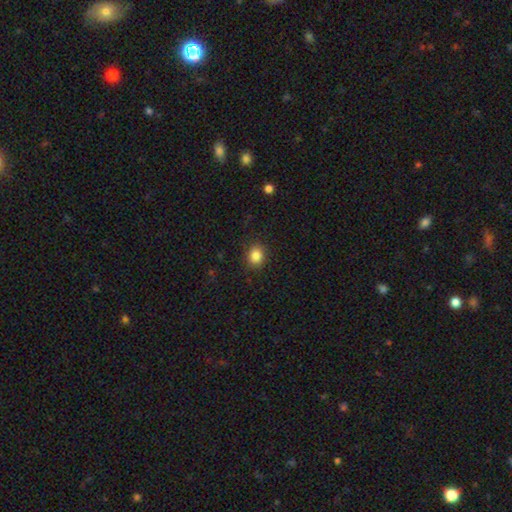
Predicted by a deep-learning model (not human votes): Morphology: type=smooth (85%); roundness=round (63%); merging=none (88%).